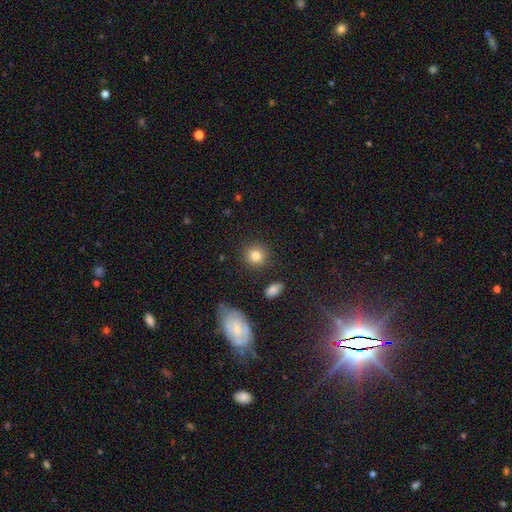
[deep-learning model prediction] Smooth or featured? Predicted: smooth (p=0.84). How rounded? Predicted: round (p=0.88). Merging? Predicted: none (p=0.87).